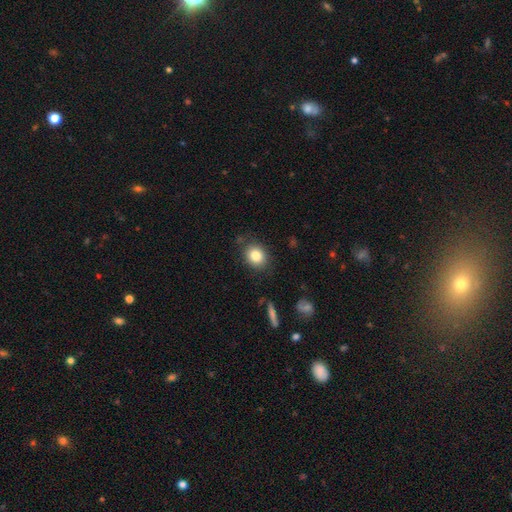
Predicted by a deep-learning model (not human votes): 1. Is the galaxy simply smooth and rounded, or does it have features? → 83% smooth, 9% star or artifact, 8% featured or disk.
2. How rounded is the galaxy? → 62% round, 37% in between, 1% cigar-shaped.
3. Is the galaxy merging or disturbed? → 83% none, 12% minor disturbance, 3% major disturbance, 2% merger.